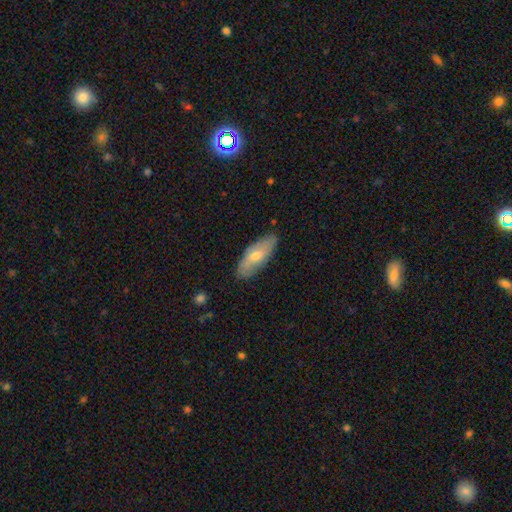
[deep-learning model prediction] Q: Smooth or featured?
A: smooth (60%); runner-up: featured or disk (34%)
Q: How rounded?
A: in between (76%); runner-up: cigar-shaped (21%)
Q: Merging?
A: none (83%); runner-up: minor disturbance (13%)